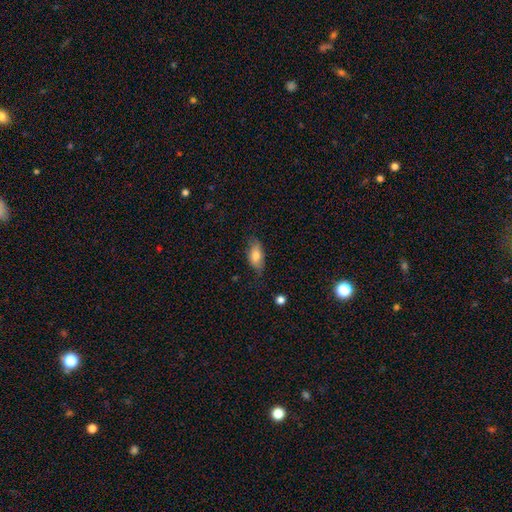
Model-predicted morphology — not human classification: Smooth or featured? smooth (76%)
How rounded? in between (87%)
Merging? none (68%)